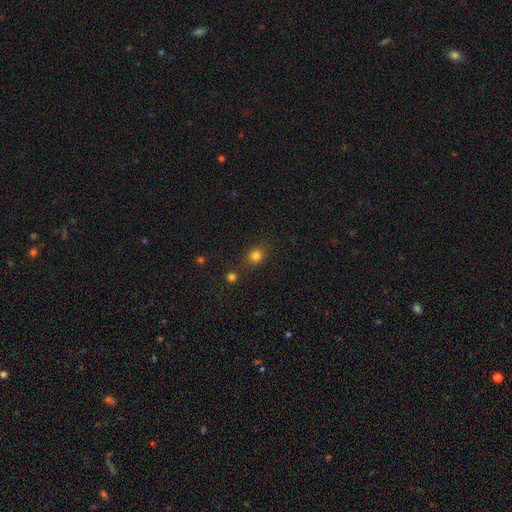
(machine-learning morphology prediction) type=smooth (80%); roundness=round (79%); merging=none (73%).